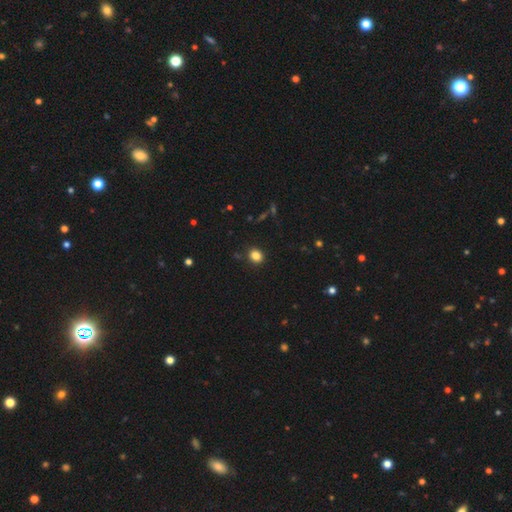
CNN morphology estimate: This is clearly a smooth galaxy (84%). How rounded: likely round (65%). Merging: clearly none (89%).